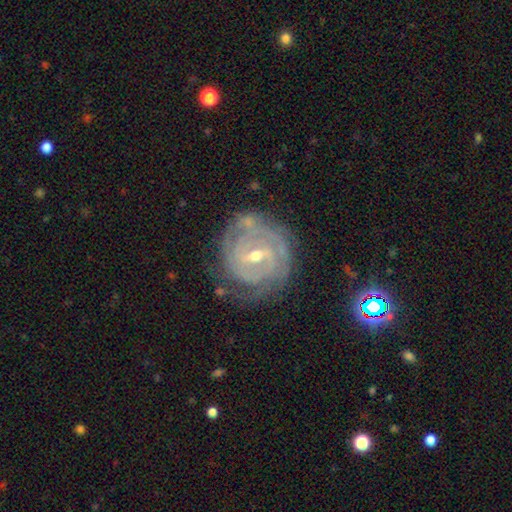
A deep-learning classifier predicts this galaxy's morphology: A featured or disk galaxy (88%) with a weak bar (54%), tight (80%) spiral arms (96%) and a moderate central bulge (49%).

Vote fractions:
- Smooth or featured? featured or disk: 88% / smooth: 6% / star or artifact: 5%
- Edge-on disk? no: 97% / yes: 3%
- Bar? weak: 54% / strong: 32% / no: 15%
- Spiral arms? yes: 96% / no: 4%
- Spiral winding? tight: 80% / medium: 17% / loose: 3%
- Spiral arm count? can't tell: 28% / 3: 24% / 2: 24% / 4: 13% / more than 4: 5% / 1: 5%
- Bulge size? moderate: 49% / small: 48% / large: 1% / none: 1% / dominant: 1%
- Merging? none: 72% / minor disturbance: 19% / major disturbance: 6% / merger: 3%